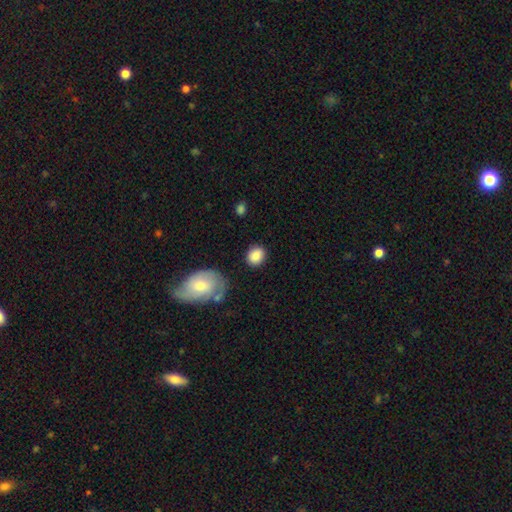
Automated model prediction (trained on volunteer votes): Smooth or featured? Predicted: smooth (p=0.87). How rounded? Predicted: round (p=0.59). Merging? Predicted: none (p=0.82).